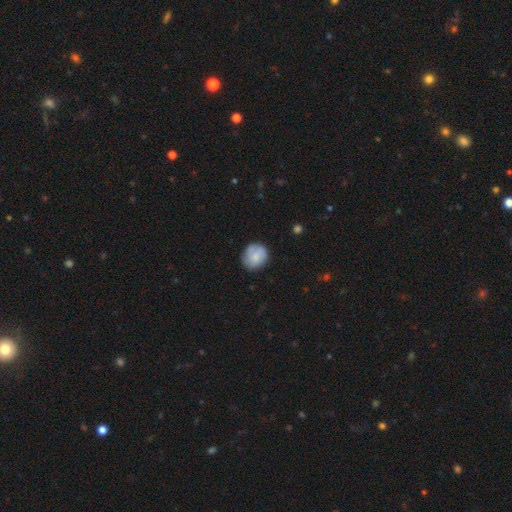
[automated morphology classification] Smooth or featured? smooth (74%)
How rounded? round (76%)
Merging? none (76%)